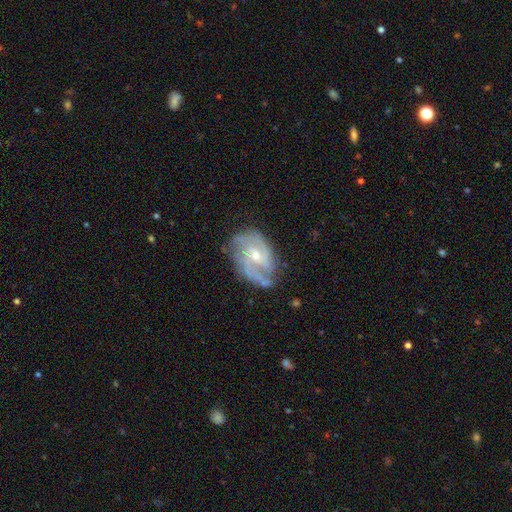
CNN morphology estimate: This appears to be a featured or disk galaxy (86%) with a weak bar (46%), 2 (48%) medium (45%) spiral arms (96%) and a small central bulge (50%). Merging: none (65%).